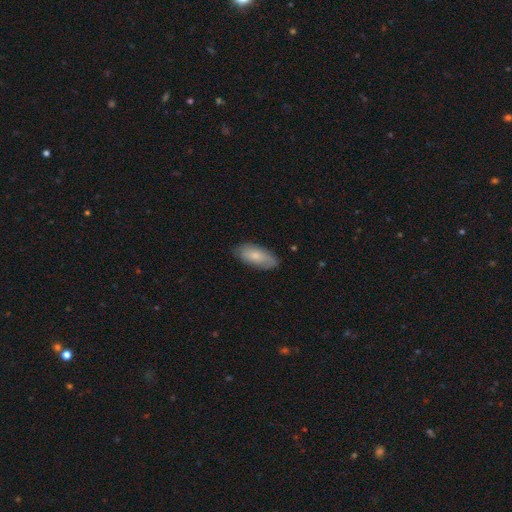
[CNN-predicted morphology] Q: Smooth or featured?
A: smooth (72%); runner-up: featured or disk (22%)
Q: How rounded?
A: in between (86%); runner-up: cigar-shaped (12%)
Q: Merging?
A: none (78%); runner-up: minor disturbance (17%)